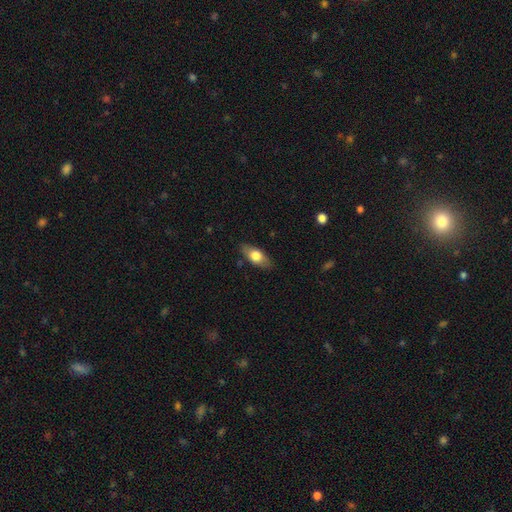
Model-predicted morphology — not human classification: Smooth or featured? Predicted: smooth (p=0.67). How rounded? Predicted: in between (p=0.81). Merging? Predicted: none (p=0.83).